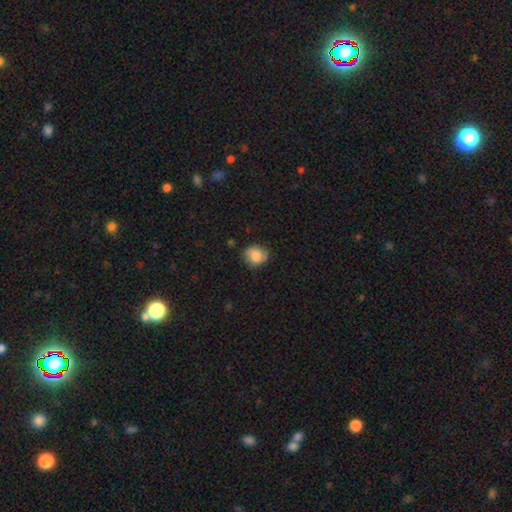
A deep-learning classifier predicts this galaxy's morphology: Overall: smooth (72%). How rounded: round (70%). Merging: none (75%).